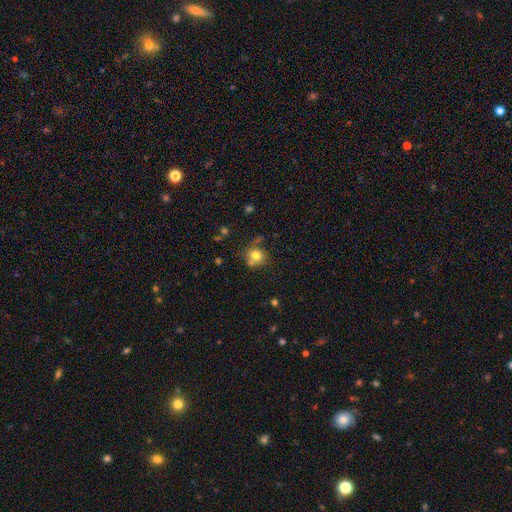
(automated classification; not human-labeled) smooth-or-featured: smooth: 77% | star or artifact: 13% | featured or disk: 10%
  how-rounded: round: 84% | in between: 15% | cigar-shaped: 1%
  merging: none: 62% | merger: 17% | minor disturbance: 15% | major disturbance: 5%